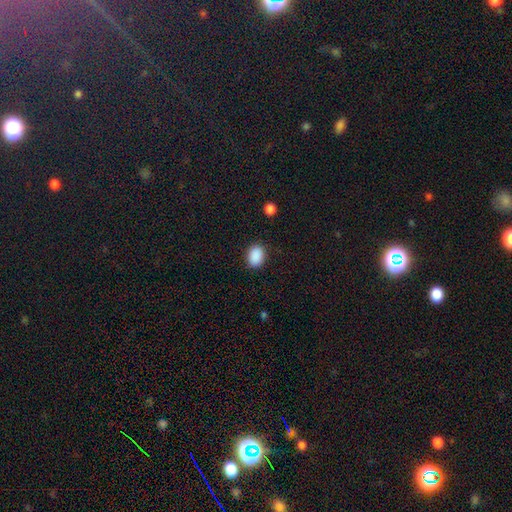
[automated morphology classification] Smooth or featured? Predicted: smooth (p=0.90). How rounded? Predicted: in between (p=0.74). Merging? Predicted: none (p=0.88).